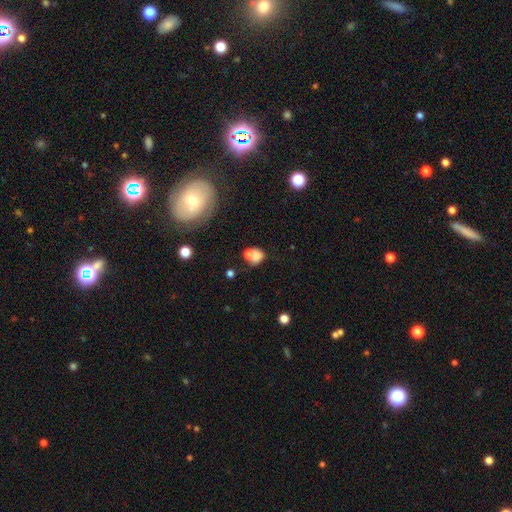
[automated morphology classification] smooth-or-featured: smooth: 72% | featured or disk: 16% | star or artifact: 12%
  how-rounded: round: 50% | in between: 48% | cigar-shaped: 2%
  merging: merger: 38% | none: 35% | minor disturbance: 17% | major disturbance: 10%